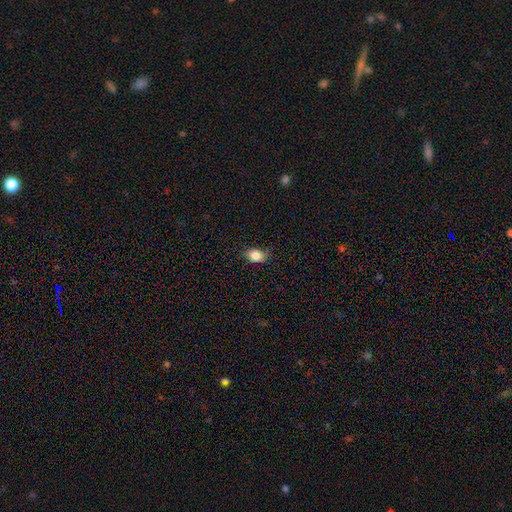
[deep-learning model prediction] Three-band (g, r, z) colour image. It shows a smooth galaxy with no disk features (85%) that is in between round and cigar-shaped (79%). Merging: none (77%).